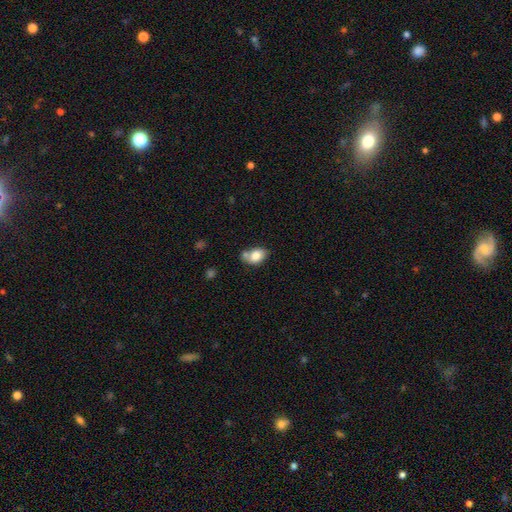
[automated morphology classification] Smooth or featured: smooth — 80% (featured or disk — 12%)
How rounded: in between — 80% (round — 19%)
Merging: none — 48% (merger — 27%)